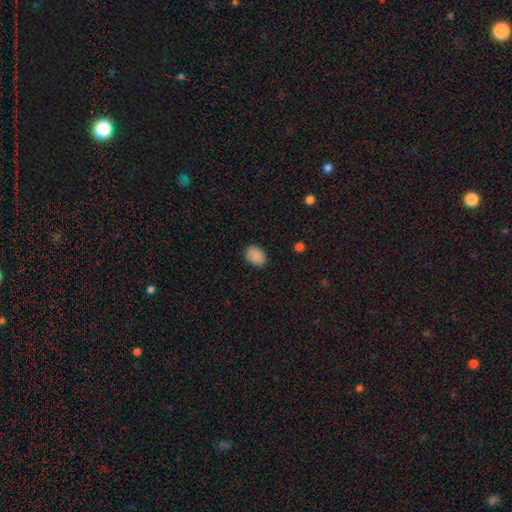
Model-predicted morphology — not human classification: This appears to be a smooth galaxy with no disk features (88%) that is in between round and cigar-shaped (72%). Merging: none (86%).